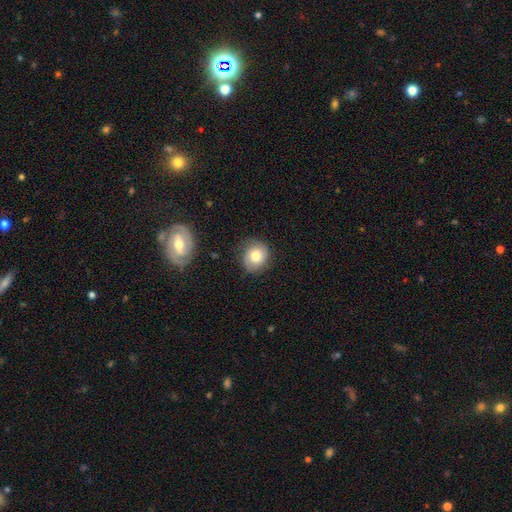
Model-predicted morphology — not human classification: Overall: smooth (64%; featured or disk 27%). How rounded: round (79%). Merging: none (77%).